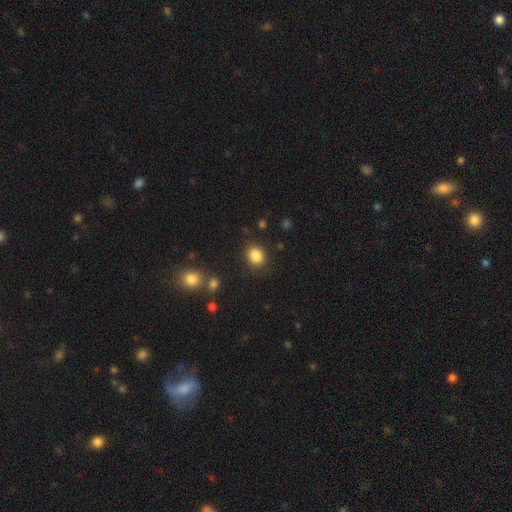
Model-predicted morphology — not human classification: Smooth or featured?
  - smooth: 86% *
  - star or artifact: 10%
  - featured or disk: 5%
How rounded?
  - round: 67% *
  - in between: 32%
  - cigar-shaped: 1%
Merging?
  - none: 84% *
  - minor disturbance: 10%
  - major disturbance: 3%
  - merger: 2%